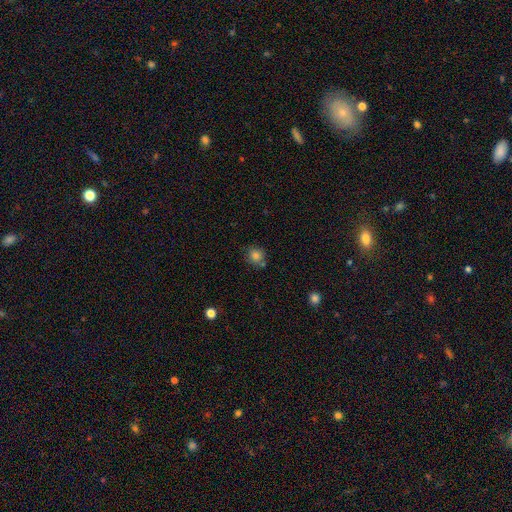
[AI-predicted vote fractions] Overall: smooth (82%). How rounded: round (87%). Merging: none (74%).